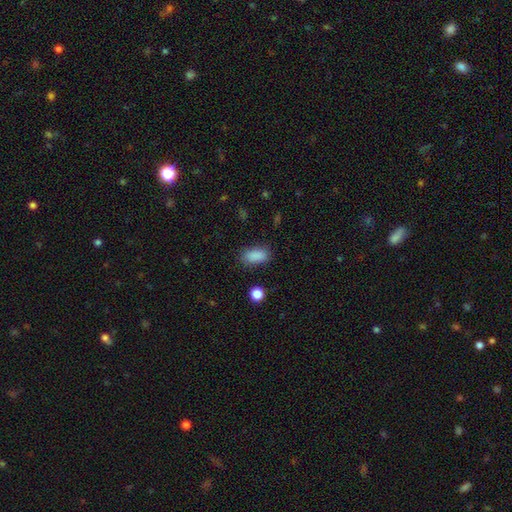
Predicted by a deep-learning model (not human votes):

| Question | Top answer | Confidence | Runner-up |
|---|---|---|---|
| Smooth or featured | smooth | 88% | star or artifact (9%) |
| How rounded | in between | 89% | cigar-shaped (6%) |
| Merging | none | 83% | minor disturbance (12%) |